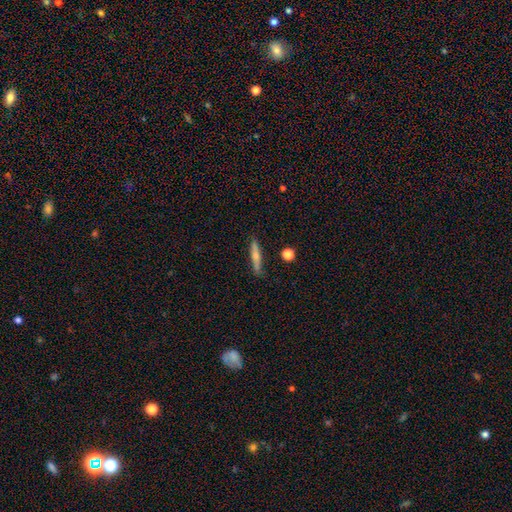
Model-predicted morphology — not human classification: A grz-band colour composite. It shows a smooth galaxy with no disk features (55%) that is cigar-shaped (87%). Merging: none (85%).